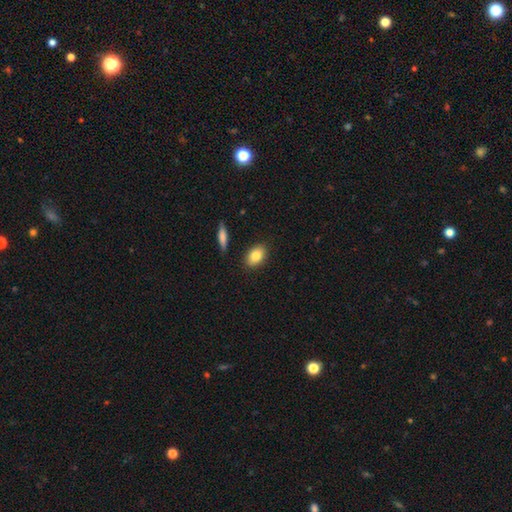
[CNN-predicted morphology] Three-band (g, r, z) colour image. It shows a smooth galaxy with no disk features (84%) that is in between round and cigar-shaped (86%). Merging: none (87%).